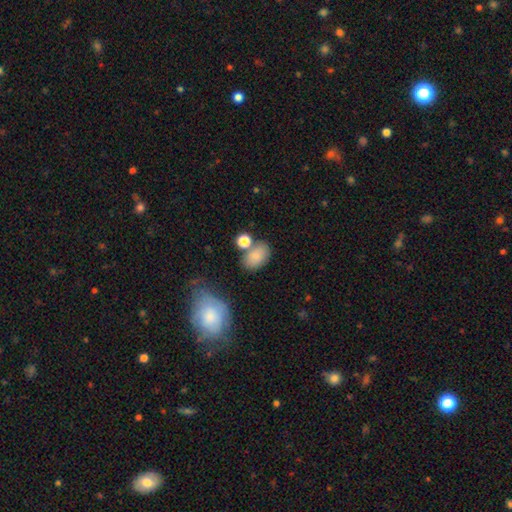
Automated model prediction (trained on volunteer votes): smooth 81%, featured or disk 10%, star or artifact 9%. Down the decision tree: how rounded — in between (83%); merging — none (61%).